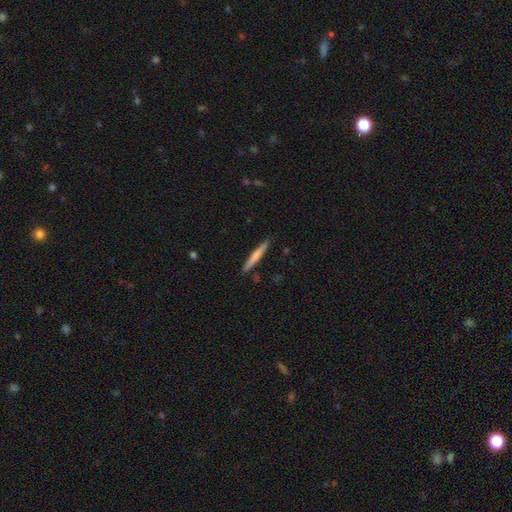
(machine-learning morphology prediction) type=smooth (63%); roundness=cigar-shaped (96%); merging=none (89%).